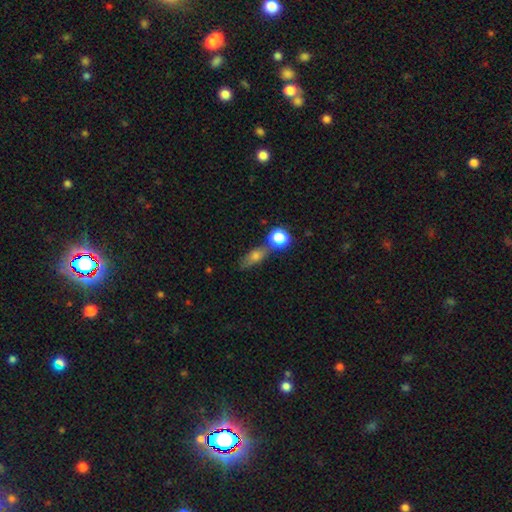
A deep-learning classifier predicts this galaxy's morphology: This is likely a smooth galaxy (61%). How rounded: possibly in between (49%). Merging: possibly none (57%).